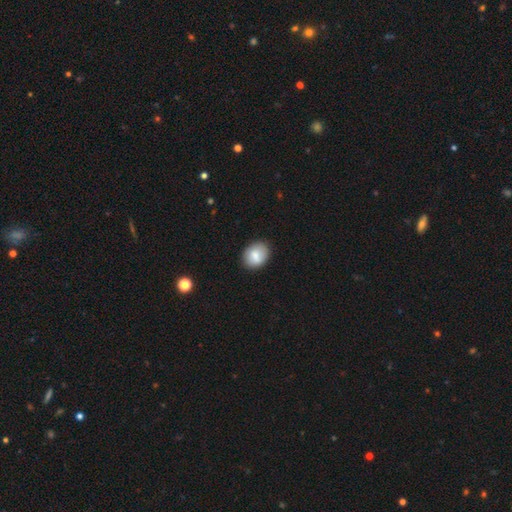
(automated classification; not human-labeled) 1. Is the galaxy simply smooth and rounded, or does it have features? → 80% smooth, 12% featured or disk, 8% star or artifact.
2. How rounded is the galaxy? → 60% in between, 39% round, 1% cigar-shaped.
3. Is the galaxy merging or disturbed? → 84% none, 12% minor disturbance, 3% major disturbance, 1% merger.